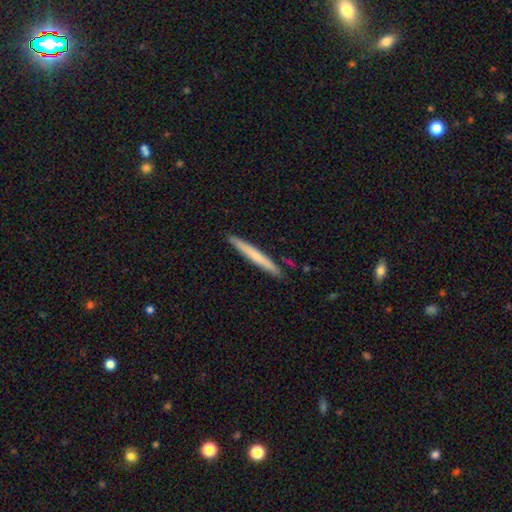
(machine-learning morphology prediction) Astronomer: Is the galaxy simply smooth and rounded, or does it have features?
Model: smooth — 61%.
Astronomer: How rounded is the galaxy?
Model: cigar-shaped — 97%.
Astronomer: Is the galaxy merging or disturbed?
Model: none — 90%.